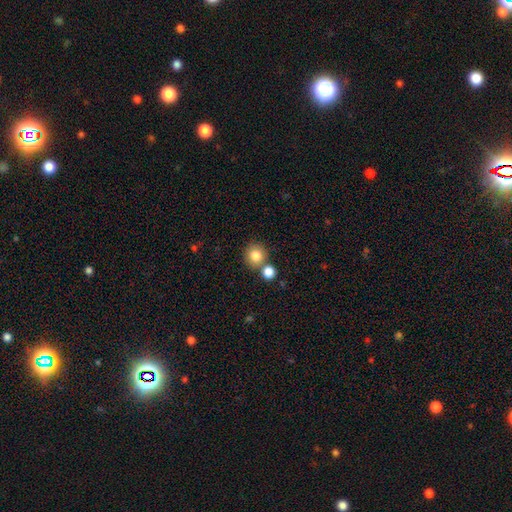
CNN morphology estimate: smooth-or-featured: smooth: 82% | star or artifact: 11% | featured or disk: 7%
  how-rounded: round: 90% | in between: 9% | cigar-shaped: 1%
  merging: none: 71% | merger: 18% | minor disturbance: 8% | major disturbance: 3%